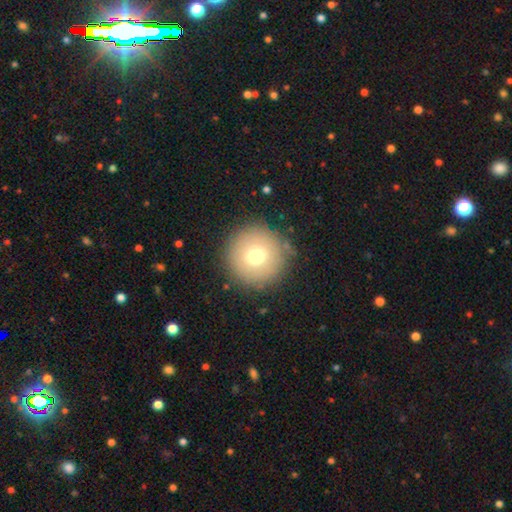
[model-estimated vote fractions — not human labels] Smooth or featured? Predicted: smooth (p=0.71). How rounded? Predicted: round (p=0.95). Merging? Predicted: none (p=0.87).